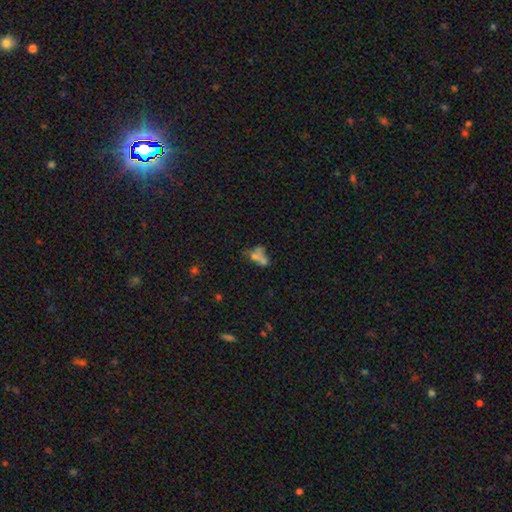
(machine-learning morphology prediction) Smooth or featured: smooth — 52% (featured or disk — 29%)
How rounded: in between — 70% (round — 22%)
Merging: merger — 50% (none — 24%)